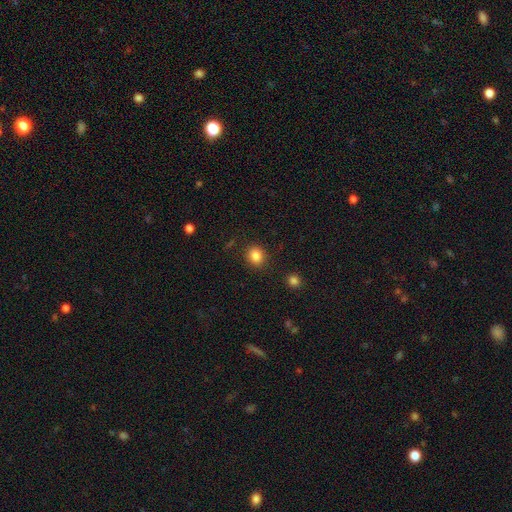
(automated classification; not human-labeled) This is clearly a smooth galaxy (85%). How rounded: likely round (80%). Merging: clearly none (88%).